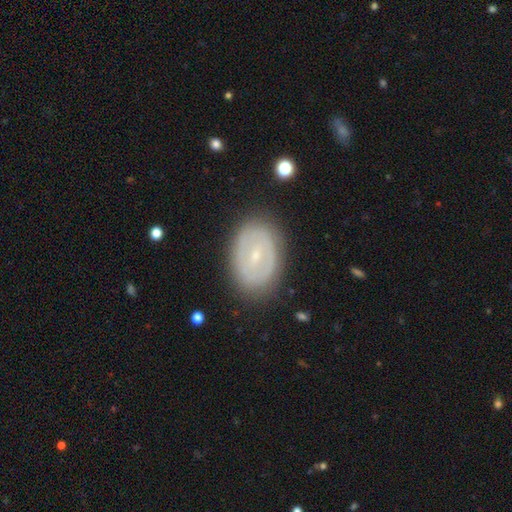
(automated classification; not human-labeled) Q: Smooth or featured?
A: featured or disk (65%); runner-up: smooth (29%)
Q: Edge-on disk?
A: no (94%); runner-up: yes (6%)
Q: Bar?
A: weak (41%); runner-up: no (38%)
Q: Spiral arms?
A: no (59%); runner-up: yes (41%)
Q: Bulge size?
A: small (74%); runner-up: moderate (22%)
Q: Merging?
A: none (84%); runner-up: minor disturbance (12%)